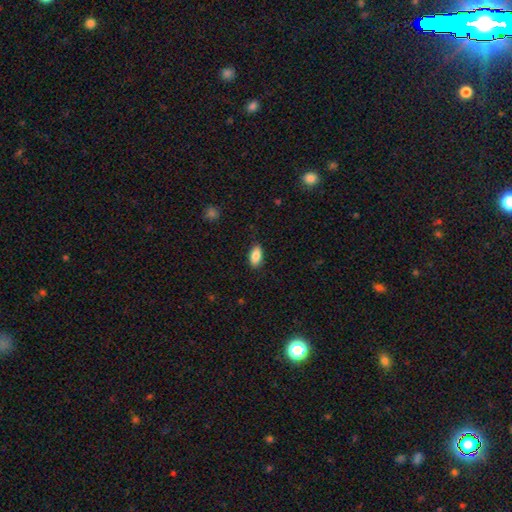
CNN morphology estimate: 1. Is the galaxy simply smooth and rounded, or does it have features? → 85% smooth, 7% featured or disk, 7% star or artifact.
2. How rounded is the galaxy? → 91% in between, 5% cigar-shaped, 4% round.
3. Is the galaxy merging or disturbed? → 84% none, 12% minor disturbance, 2% major disturbance, 1% merger.